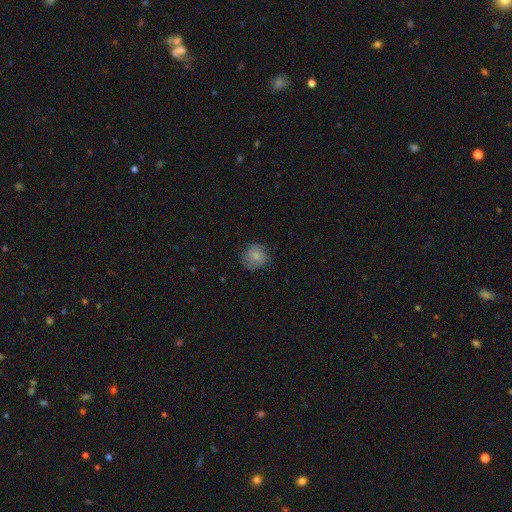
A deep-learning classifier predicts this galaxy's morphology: smooth-or-featured: smooth: 77% | featured or disk: 15% | star or artifact: 8%
  how-rounded: round: 83% | in between: 16% | cigar-shaped: 1%
  merging: none: 74% | minor disturbance: 19% | major disturbance: 6% | merger: 1%